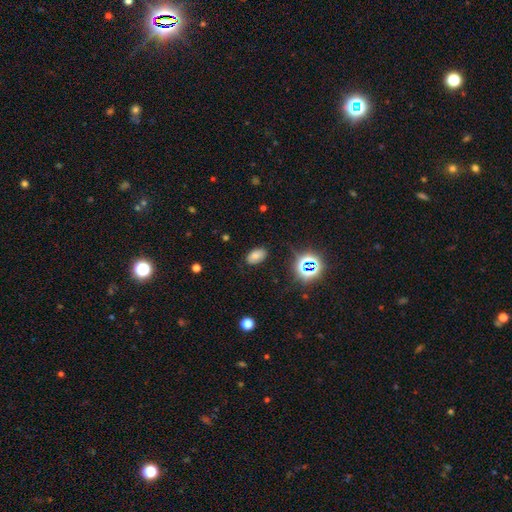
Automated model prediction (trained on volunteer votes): Overall: smooth (68%). How rounded: in between (91%). Merging: none (83%).